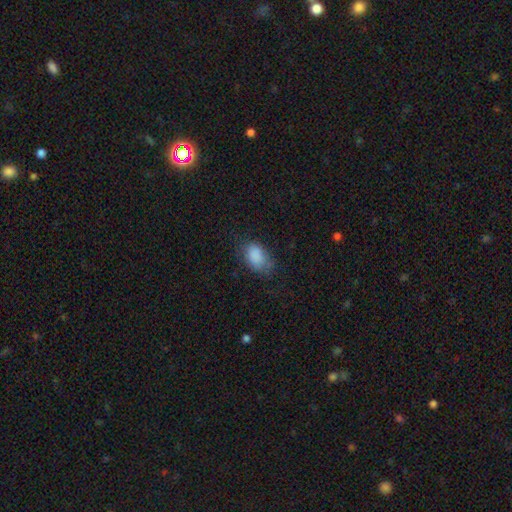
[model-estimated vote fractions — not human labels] This is clearly a smooth galaxy (83%). How rounded: clearly in between (82%). Merging: likely none (60%).